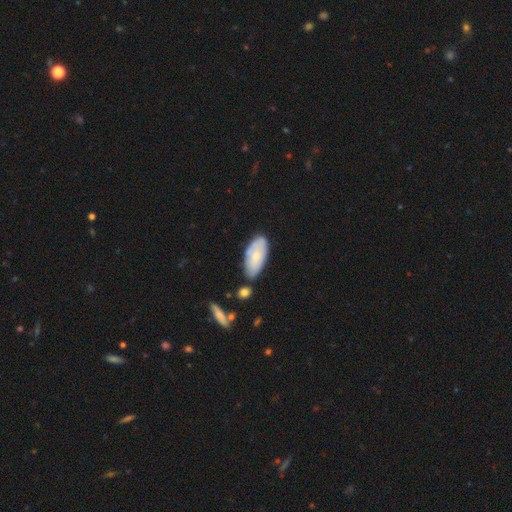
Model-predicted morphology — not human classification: This is likely a smooth galaxy (64%). How rounded: clearly in between (91%). Merging: likely none (66%).